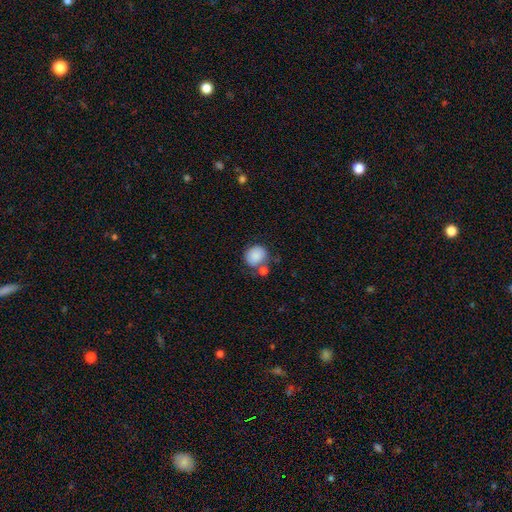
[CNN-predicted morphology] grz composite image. It shows a smooth galaxy with no disk features (87%) that is round (75%). Merging: none (63%).